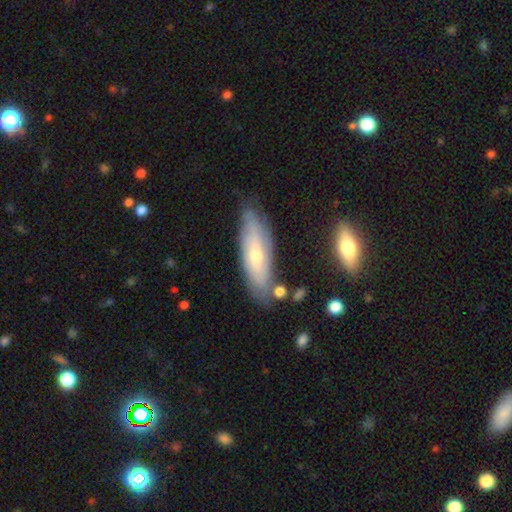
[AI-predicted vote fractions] smooth-or-featured: featured or disk: 49% | smooth: 44% | star or artifact: 6%
  merging: none: 71% | minor disturbance: 20% | major disturbance: 5% | merger: 4%